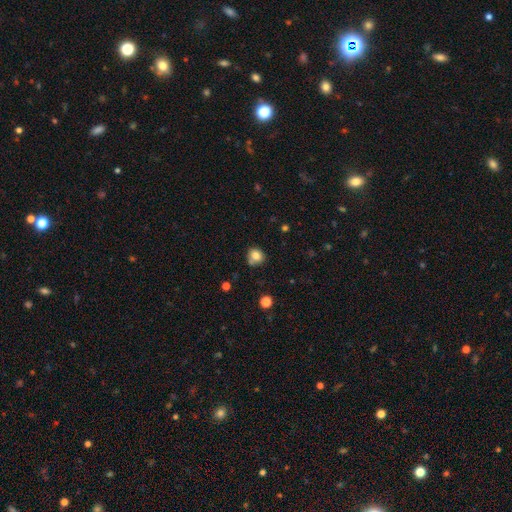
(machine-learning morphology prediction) smooth-or-featured: smooth: 79% | star or artifact: 11% | featured or disk: 10%
  how-rounded: round: 81% | in between: 18% | cigar-shaped: 1%
  merging: none: 68% | minor disturbance: 19% | merger: 9% | major disturbance: 4%